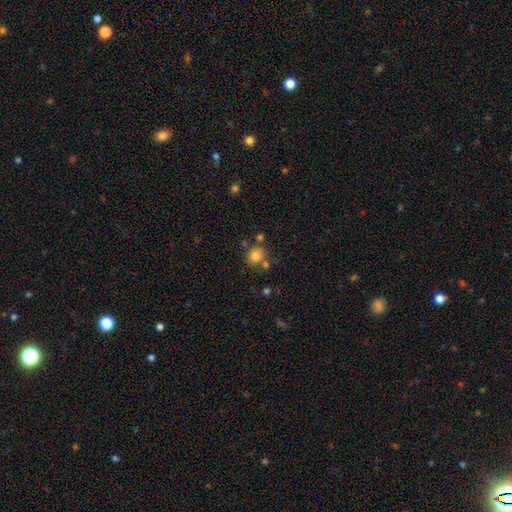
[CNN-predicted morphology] Smooth or featured?
  - smooth: 79% *
  - star or artifact: 12%
  - featured or disk: 9%
How rounded?
  - round: 77% *
  - in between: 22%
  - cigar-shaped: 1%
Merging?
  - none: 67% *
  - merger: 17%
  - minor disturbance: 12%
  - major disturbance: 4%